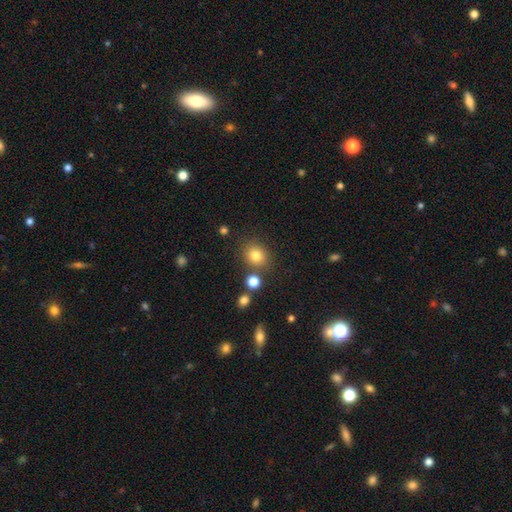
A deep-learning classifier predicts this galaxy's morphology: Smooth or featured?
  - smooth: 80% *
  - star or artifact: 13%
  - featured or disk: 7%
How rounded?
  - round: 74% *
  - in between: 25%
  - cigar-shaped: 1%
Merging?
  - none: 80% *
  - minor disturbance: 10%
  - merger: 7%
  - major disturbance: 3%